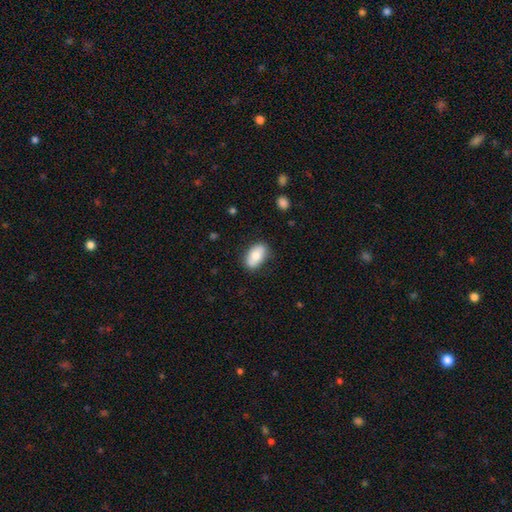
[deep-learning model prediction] This is likely a smooth galaxy (77%). How rounded: clearly in between (92%). Merging: clearly none (81%).